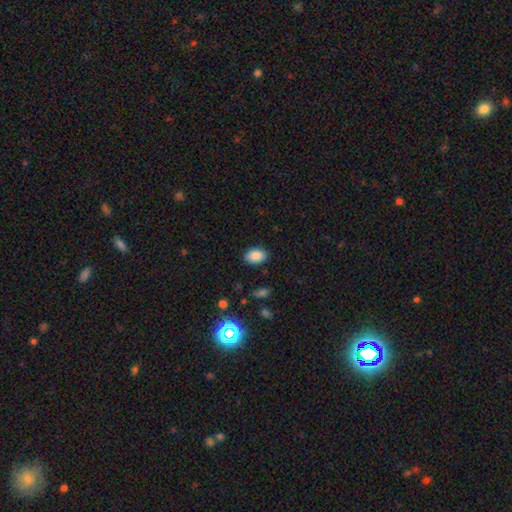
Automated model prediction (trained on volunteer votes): The model was most divided on "how rounded": in between: 85%, round: 14%, cigar-shaped: 1%. More confident: merging — none (86%); smooth or featured — smooth (86%).